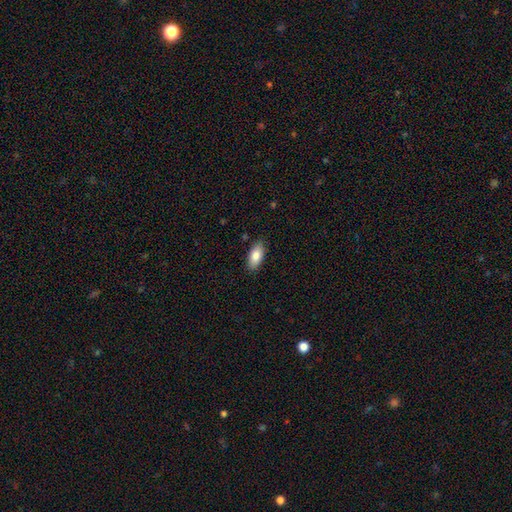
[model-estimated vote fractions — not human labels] A smooth galaxy with no disk features (84%) that is in between round and cigar-shaped (89%). Merging: none (87%).